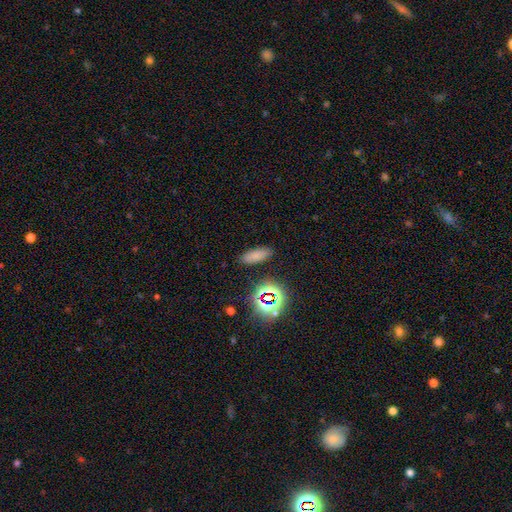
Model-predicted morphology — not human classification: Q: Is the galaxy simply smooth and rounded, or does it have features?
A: smooth — 73%.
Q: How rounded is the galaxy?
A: in between — 69%.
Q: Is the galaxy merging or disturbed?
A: none — 87%.